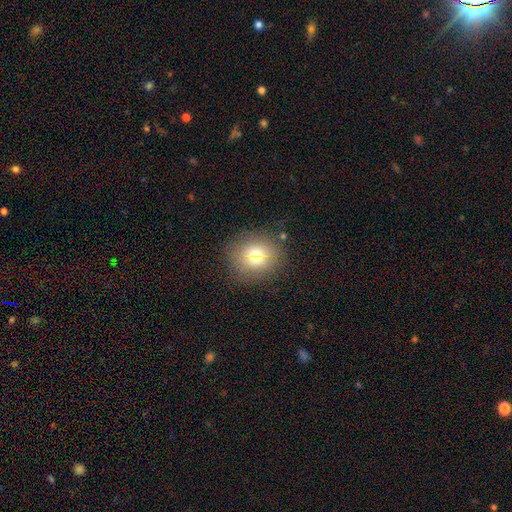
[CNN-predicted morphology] A smooth galaxy with no disk features (66%) that is round (85%).

Vote fractions:
- Smooth or featured? smooth: 66% / star or artifact: 17% / featured or disk: 17%
- How rounded? round: 85% / in between: 13% / cigar-shaped: 1%
- Merging? none: 83% / minor disturbance: 9% / merger: 4% / major disturbance: 4%